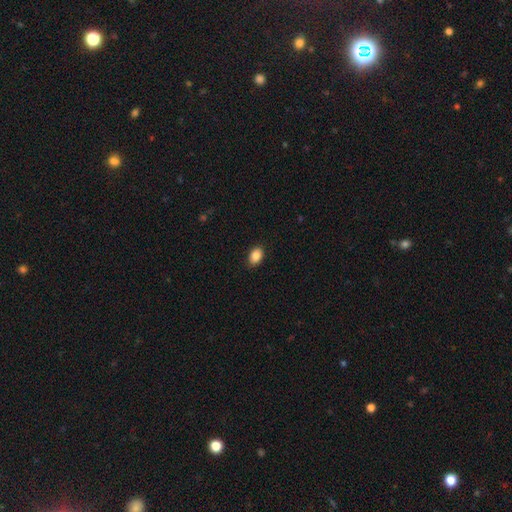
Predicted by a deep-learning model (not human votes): Smooth or featured: smooth — 86% (star or artifact — 8%)
How rounded: in between — 81% (round — 18%)
Merging: none — 88% (minor disturbance — 9%)